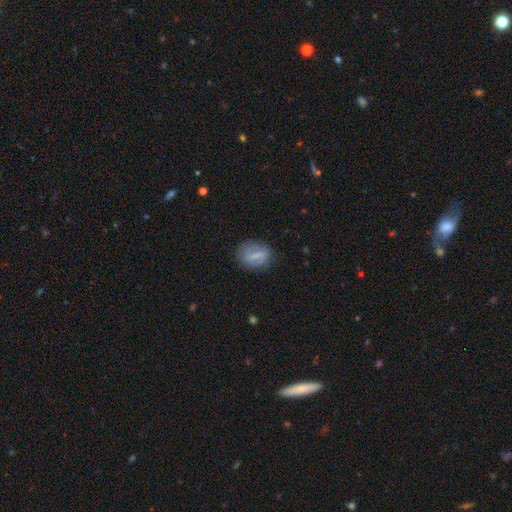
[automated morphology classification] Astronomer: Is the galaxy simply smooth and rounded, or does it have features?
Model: featured or disk — 48% (runner-up: smooth, 43%).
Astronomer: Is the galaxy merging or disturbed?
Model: none — 74%.